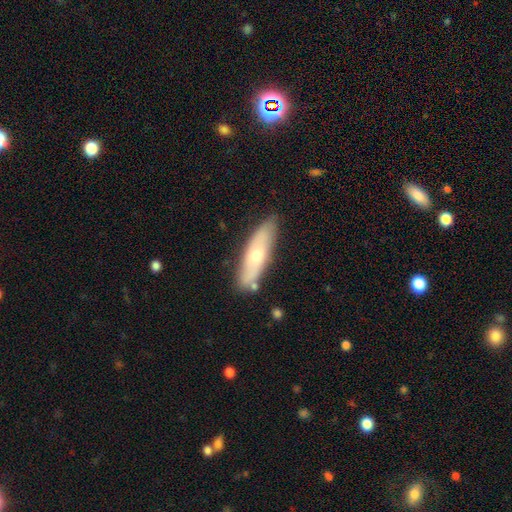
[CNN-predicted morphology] smooth 56%, featured or disk 38%, star or artifact 6%. Down the decision tree: how rounded — cigar-shaped (58%); merging — none (78%).